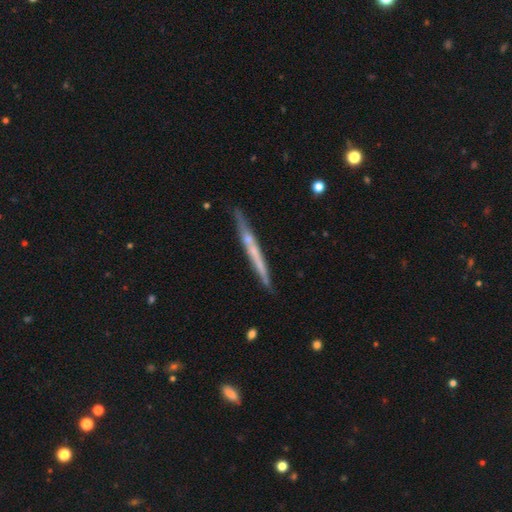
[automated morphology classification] A featured or disk galaxy (58%) viewed edge-on (95%) with no central bulge (79%).

Vote fractions:
- Smooth or featured? featured or disk: 58% / smooth: 36% / star or artifact: 6%
- Edge-on disk? yes: 95% / no: 5%
- Edge-on bulge? none: 79% / rounded: 16% / boxy: 5%
- Merging? none: 82% / minor disturbance: 13% / merger: 3% / major disturbance: 2%